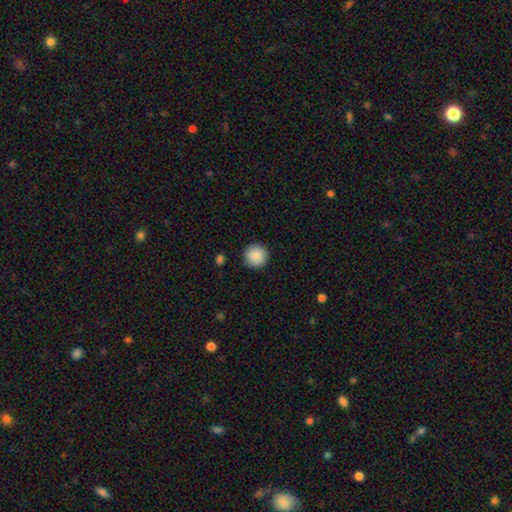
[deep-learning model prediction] Overall: smooth (89%). How rounded: round (95%). Merging: none (91%).